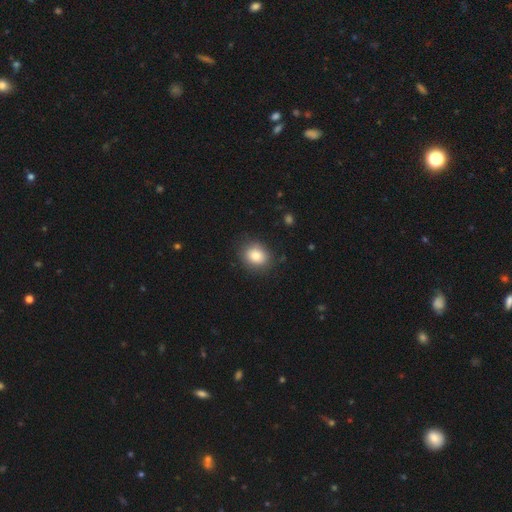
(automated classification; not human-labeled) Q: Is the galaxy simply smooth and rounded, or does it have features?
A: smooth — 82%.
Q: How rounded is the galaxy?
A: round — 58%.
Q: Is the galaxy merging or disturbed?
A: none — 84%.